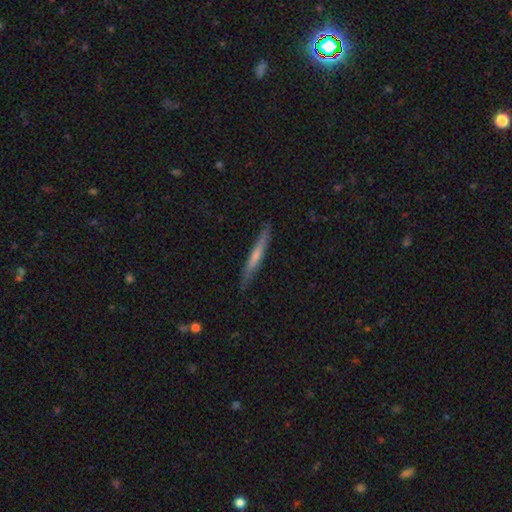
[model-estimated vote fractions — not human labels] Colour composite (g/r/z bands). It shows a smooth galaxy with no disk features (51%) that is cigar-shaped (96%). Merging: none (85%).